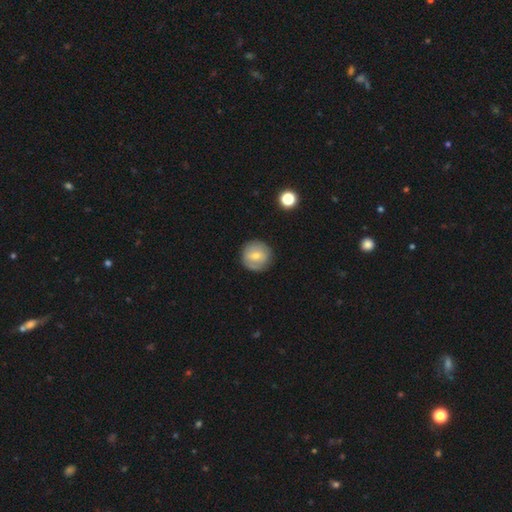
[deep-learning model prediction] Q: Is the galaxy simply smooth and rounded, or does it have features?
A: smooth — 61%.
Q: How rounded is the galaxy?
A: round — 93%.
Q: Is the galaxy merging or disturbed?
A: none — 85%.